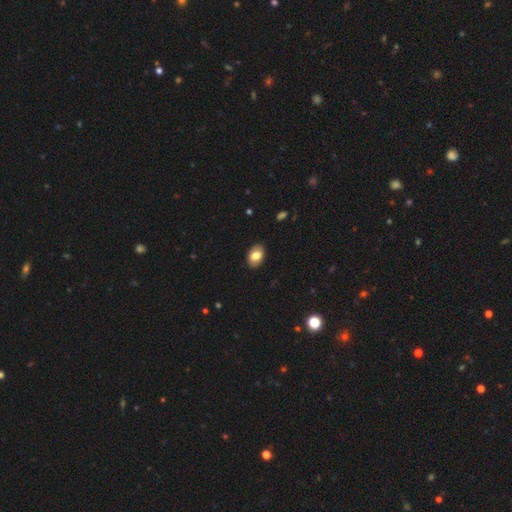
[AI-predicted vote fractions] A smooth galaxy with no disk features (80%) that is in between round and cigar-shaped (82%). Merging: none (88%).